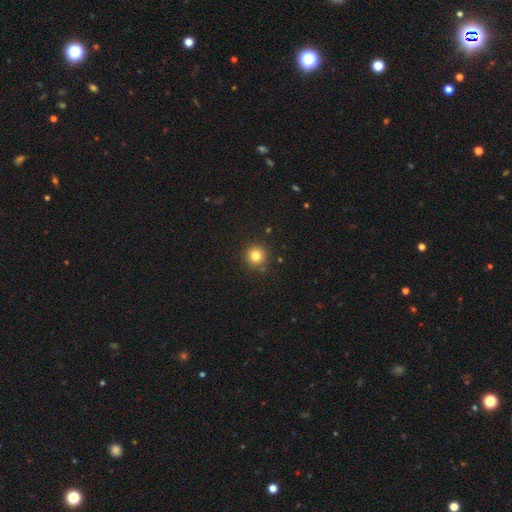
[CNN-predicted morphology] smooth-or-featured: smooth: 81% | star or artifact: 12% | featured or disk: 7%
  how-rounded: round: 94% | in between: 5% | cigar-shaped: 1%
  merging: none: 88% | minor disturbance: 7% | merger: 2% | major disturbance: 2%